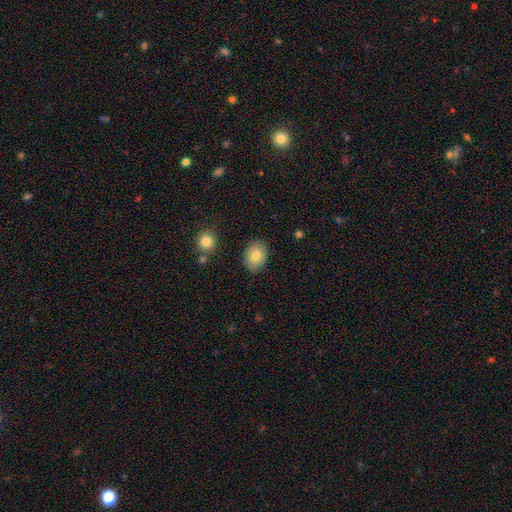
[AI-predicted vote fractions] Smooth or featured? Predicted: smooth (p=0.77). How rounded? Predicted: in between (p=0.64). Merging? Predicted: none (p=0.86).